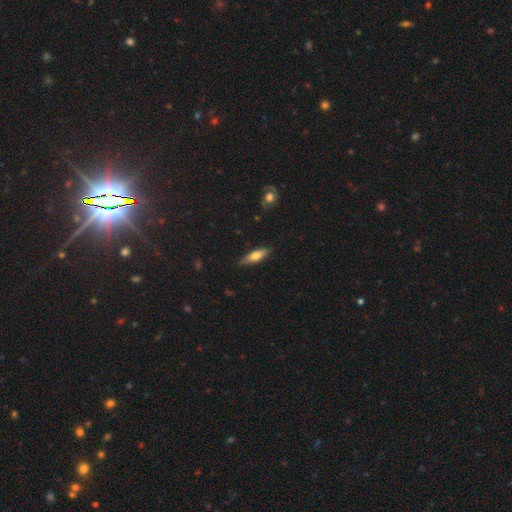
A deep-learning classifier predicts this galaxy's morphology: smooth_or_featured: smooth (p=0.64) [alt: featured or disk p=0.30]
how_rounded: cigar-shaped (p=0.58) [alt: in between p=0.40]
merging: none (p=0.86) [alt: minor disturbance p=0.11]